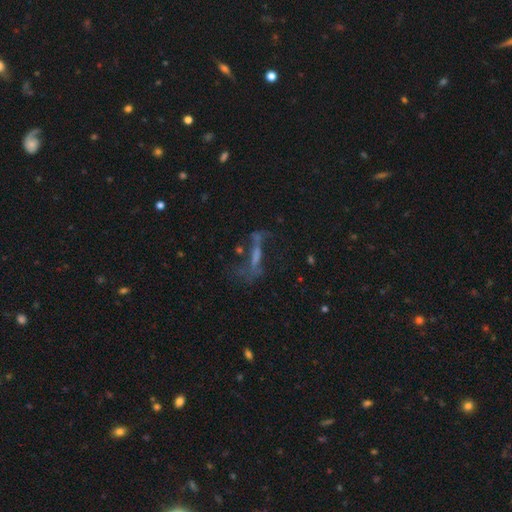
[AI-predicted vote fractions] A featured or disk galaxy (50%). Merging: none (41%).